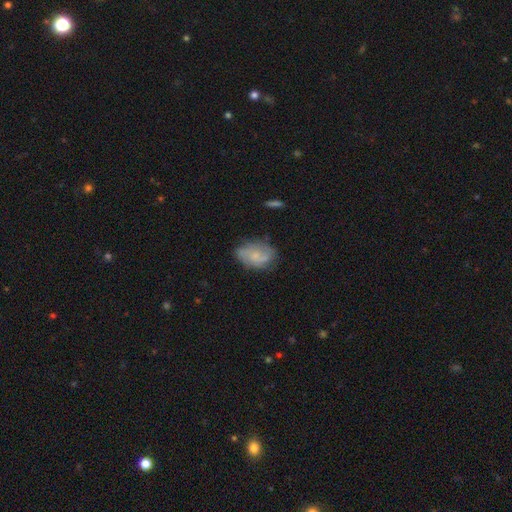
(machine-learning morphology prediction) smooth 52%, featured or disk 40%, star or artifact 8%. Down the decision tree: how rounded — in between (84%); merging — none (60%).